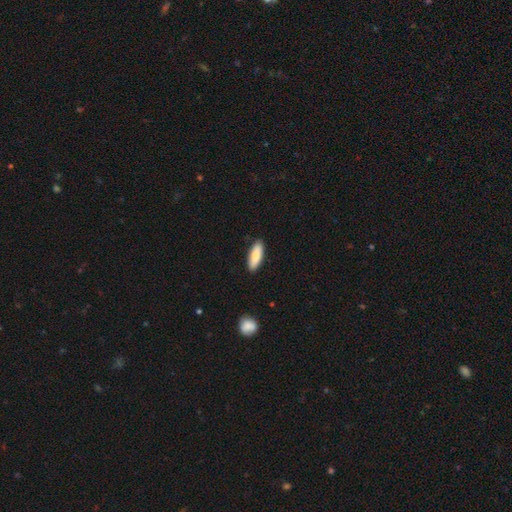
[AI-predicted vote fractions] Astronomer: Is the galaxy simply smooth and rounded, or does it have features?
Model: smooth — 82%.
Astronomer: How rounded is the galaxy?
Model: in between — 63%.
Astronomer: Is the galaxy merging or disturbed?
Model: none — 88%.